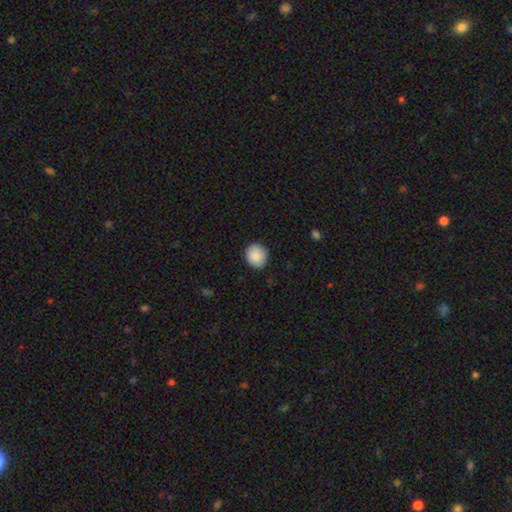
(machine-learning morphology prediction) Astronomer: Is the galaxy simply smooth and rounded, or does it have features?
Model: smooth — 89%.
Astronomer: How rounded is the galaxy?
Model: round — 80%.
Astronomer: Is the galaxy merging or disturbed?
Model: none — 88%.